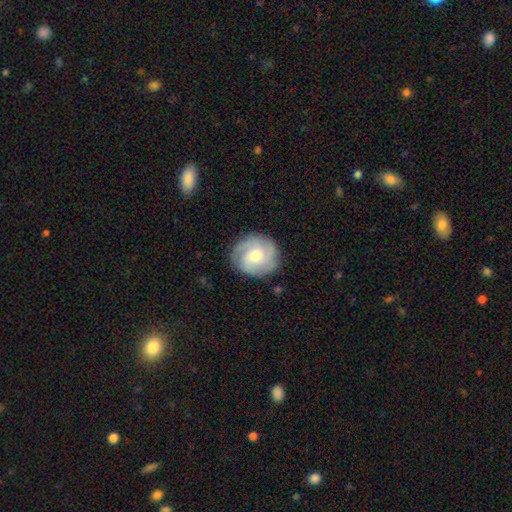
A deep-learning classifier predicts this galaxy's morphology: featured or disk 65%, smooth 28%, star or artifact 7%. Down the decision tree: edge-on disk — no (97%); bar — no (70%); spiral arms — yes (91%); spiral arm count — 3 (38%); spiral winding — tight (53%); bulge size — moderate (64%); merging — none (84%).